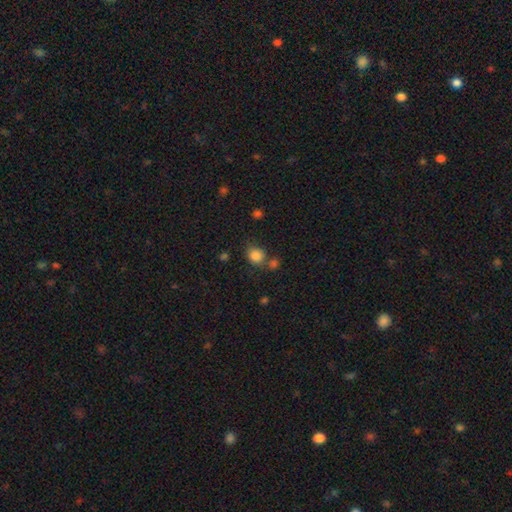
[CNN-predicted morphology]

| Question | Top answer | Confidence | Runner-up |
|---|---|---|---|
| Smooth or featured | smooth | 84% | star or artifact (11%) |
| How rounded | round | 72% | in between (27%) |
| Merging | none | 65% | merger (17%) |